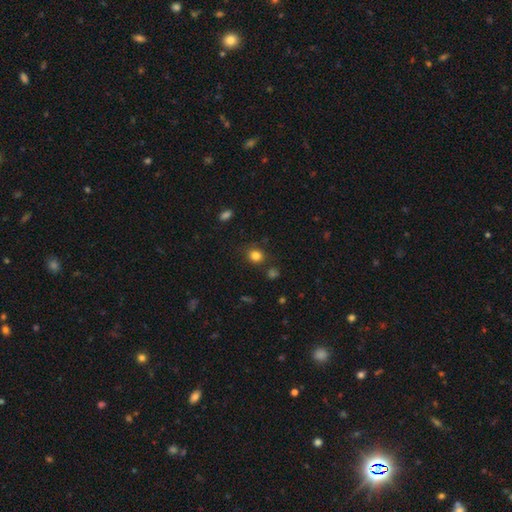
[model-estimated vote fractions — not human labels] Smooth or featured? Predicted: smooth (p=0.82). How rounded? Predicted: round (p=0.77). Merging? Predicted: none (p=0.81).